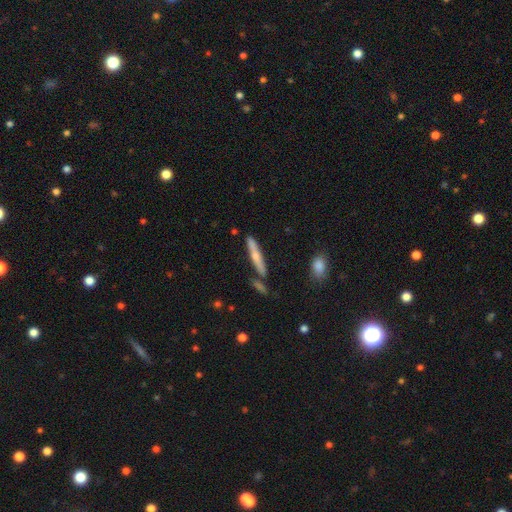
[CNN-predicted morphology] This appears to be a smooth galaxy with no disk features (48%). Merging: none (78%).